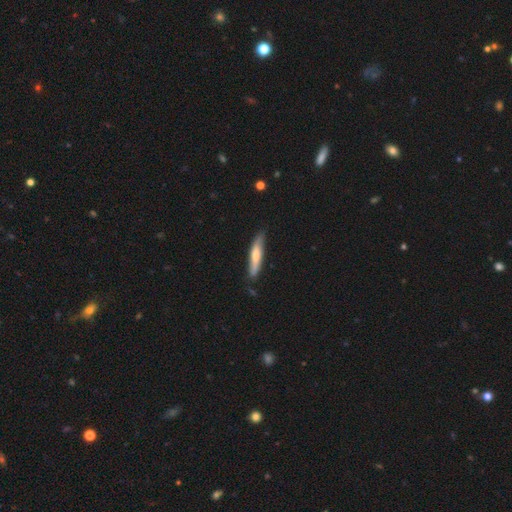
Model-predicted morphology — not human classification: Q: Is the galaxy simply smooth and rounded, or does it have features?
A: smooth — 61%.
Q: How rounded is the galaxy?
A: cigar-shaped — 87%.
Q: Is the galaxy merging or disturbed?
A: none — 74%.